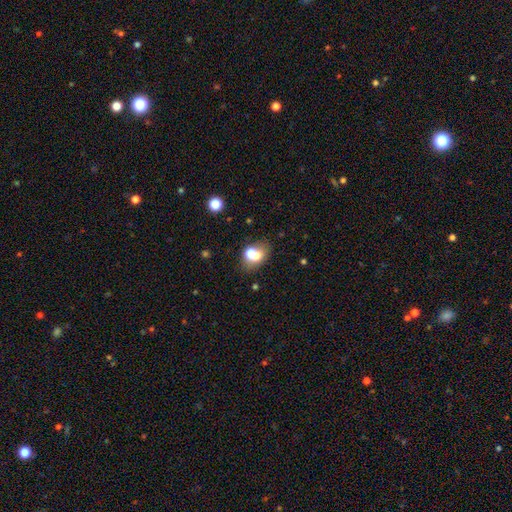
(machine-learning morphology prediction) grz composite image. It shows a smooth galaxy with no disk features (67%) that is in between round and cigar-shaped (57%). Merging: none (40%).